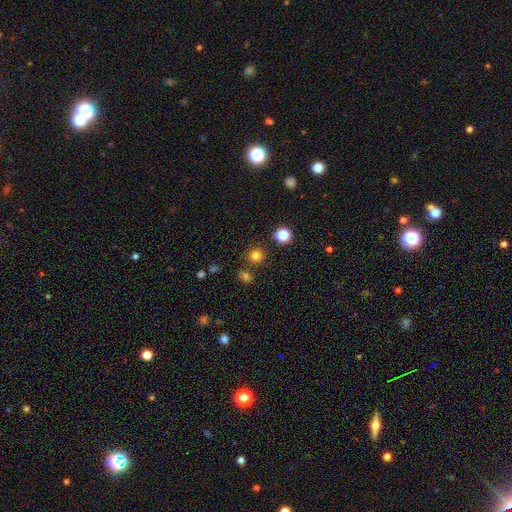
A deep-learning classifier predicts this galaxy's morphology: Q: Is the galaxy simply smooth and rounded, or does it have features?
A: smooth — 78%.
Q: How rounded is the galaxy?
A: round — 92%.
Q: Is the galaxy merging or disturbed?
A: none — 84%.